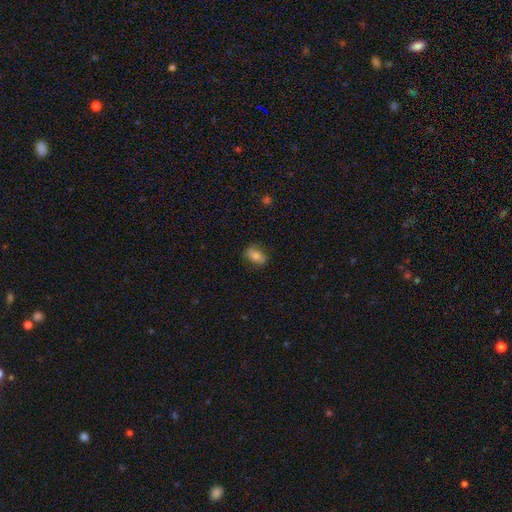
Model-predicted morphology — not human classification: This is likely a smooth galaxy (77%). How rounded: clearly in between (83%). Merging: likely none (79%).